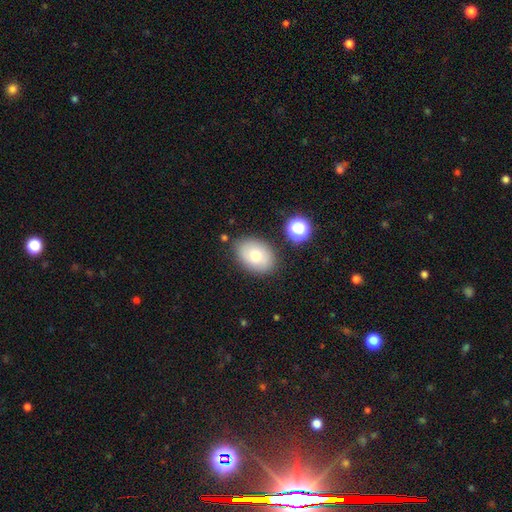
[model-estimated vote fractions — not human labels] Smooth or featured? smooth (71%)
How rounded? in between (72%)
Merging? none (80%)